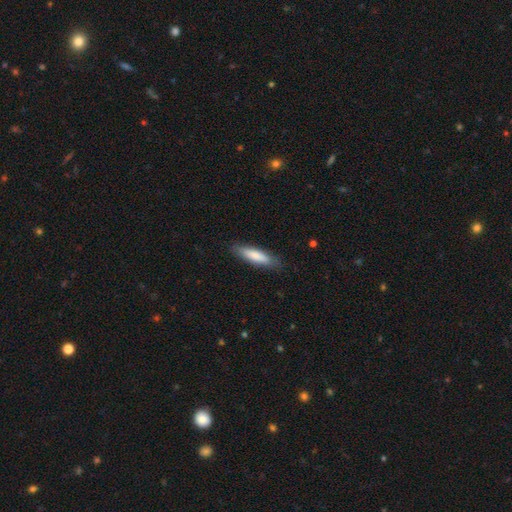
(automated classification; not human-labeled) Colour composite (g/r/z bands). It shows a smooth galaxy with no disk features (82%) that is cigar-shaped (71%). Merging: none (85%).